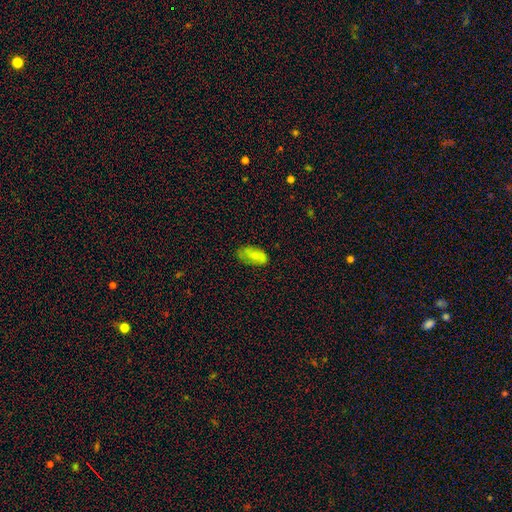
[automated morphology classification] smooth_or_featured: smooth (p=0.75) [alt: featured or disk p=0.17]
how_rounded: in between (p=0.91) [alt: cigar-shaped p=0.05]
merging: none (p=0.60) [alt: minor disturbance p=0.28]